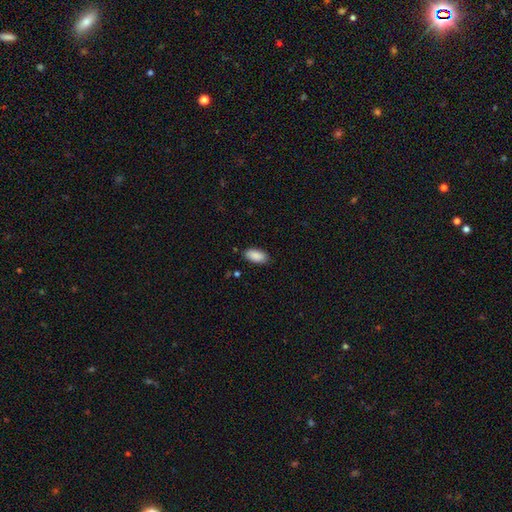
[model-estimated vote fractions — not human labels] Smooth or featured? smooth (90%)
How rounded? in between (92%)
Merging? none (86%)